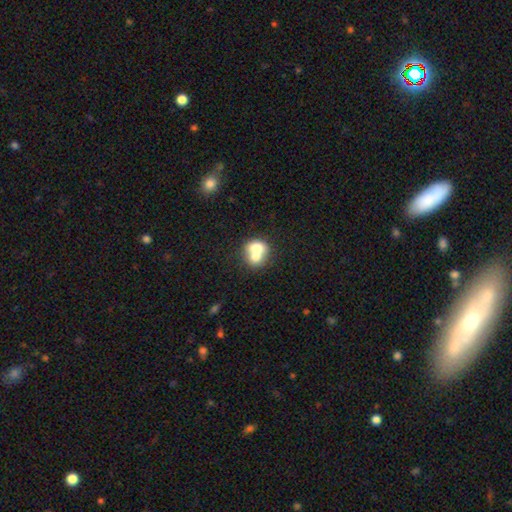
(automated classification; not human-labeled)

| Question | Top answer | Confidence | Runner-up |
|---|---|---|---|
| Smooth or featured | smooth | 66% | featured or disk (25%) |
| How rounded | round | 65% | in between (34%) |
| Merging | merger | 67% | none (24%) |